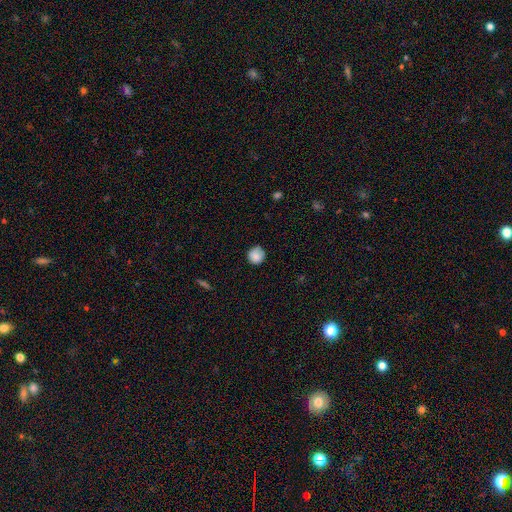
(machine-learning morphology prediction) Smooth or featured? smooth (85%)
How rounded? round (91%)
Merging? none (76%)